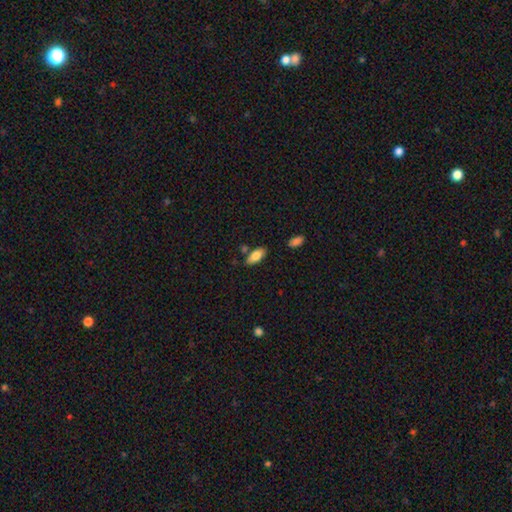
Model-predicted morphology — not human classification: type=smooth (80%); roundness=in between (86%); merging=none (78%).